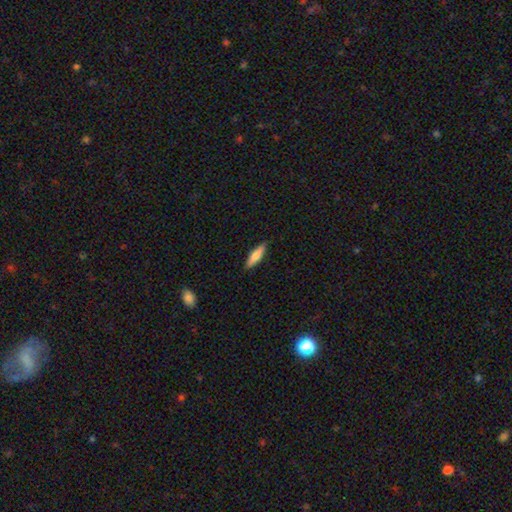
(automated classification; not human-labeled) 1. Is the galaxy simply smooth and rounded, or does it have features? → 66% smooth, 28% featured or disk, 6% star or artifact.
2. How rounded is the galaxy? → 72% cigar-shaped, 26% in between, 2% round.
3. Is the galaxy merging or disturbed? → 88% none, 9% minor disturbance, 2% major disturbance, 1% merger.